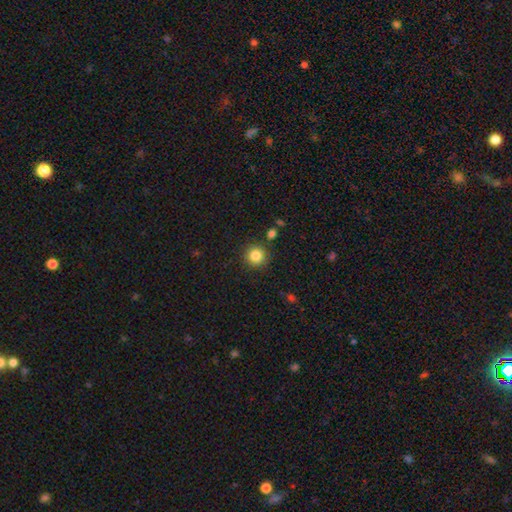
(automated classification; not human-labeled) smooth_or_featured: smooth (p=0.84) [alt: star or artifact p=0.11]
how_rounded: round (p=0.93) [alt: in between p=0.06]
merging: none (p=0.87) [alt: minor disturbance p=0.07]